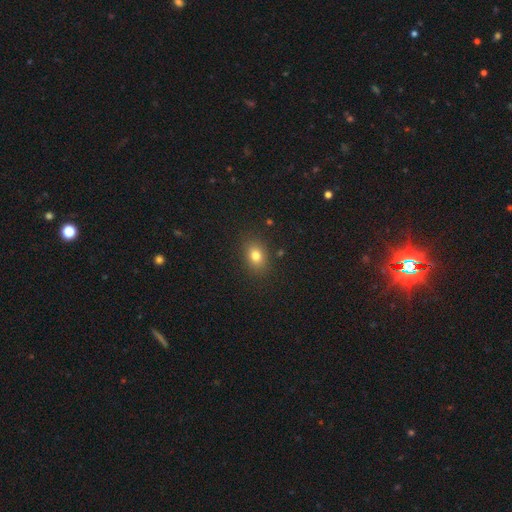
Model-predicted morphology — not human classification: smooth 79%, star or artifact 12%, featured or disk 9%. Down the decision tree: how rounded — in between (65%); merging — none (86%).